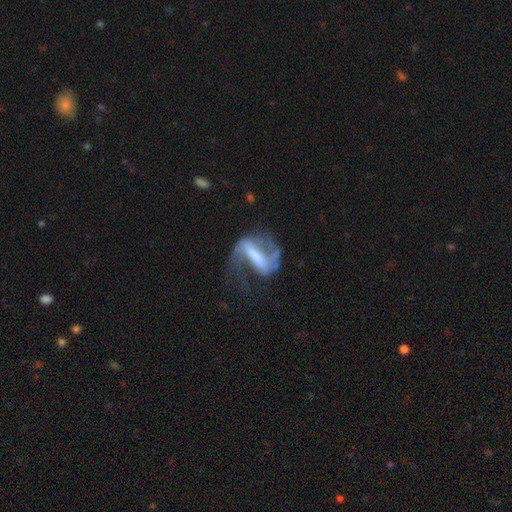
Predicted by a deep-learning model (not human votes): Smooth or featured? featured or disk (81%)
Edge-on disk? no (92%)
Bar? strong (69%)
Spiral arms? yes (85%)
Spiral winding? loose (43%)
Spiral arm count? 2 (79%)
Bulge size? moderate (29%)
Merging? none (45%)